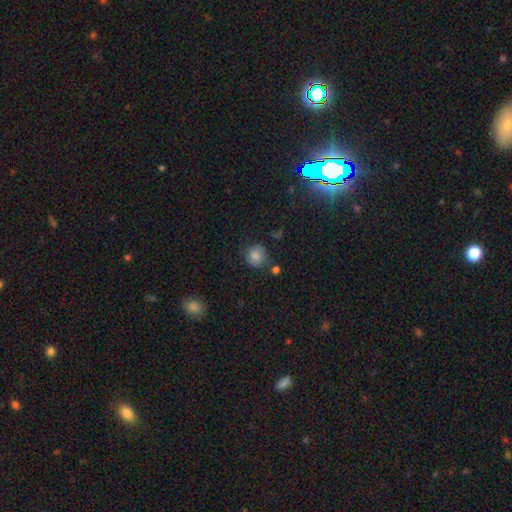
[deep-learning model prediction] The model was most divided on "merging": none: 68%, minor disturbance: 20%, major disturbance: 6%, merger: 6%. More confident: how rounded — round (84%); smooth or featured — smooth (82%).